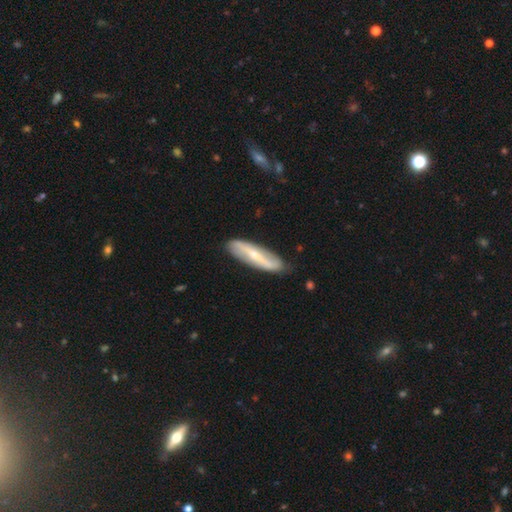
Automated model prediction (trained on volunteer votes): Smooth or featured: featured or disk — 64% (smooth — 31%)
Edge-on disk: no — 71% (yes — 29%)
Merging: none — 83% (minor disturbance — 13%)